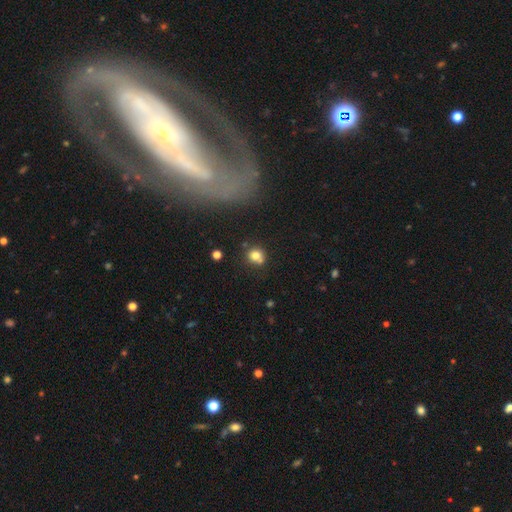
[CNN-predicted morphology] Overall: smooth (77%). How rounded: round (81%). Merging: none (59%; merger 22%).